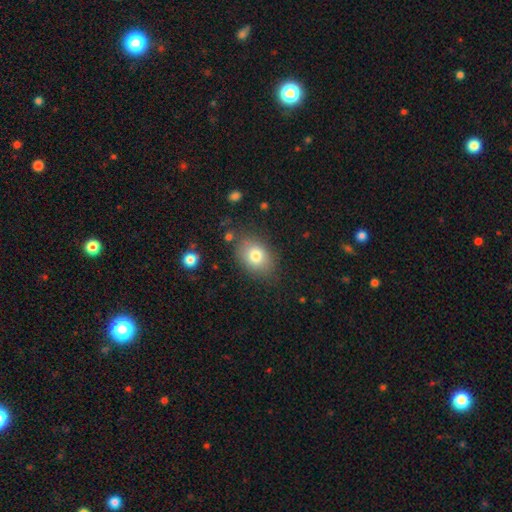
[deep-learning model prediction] Smooth or featured?
  - smooth: 80% *
  - featured or disk: 11%
  - star or artifact: 9%
How rounded?
  - in between: 70% *
  - round: 29%
  - cigar-shaped: 1%
Merging?
  - none: 77% *
  - minor disturbance: 15%
  - major disturbance: 5%
  - merger: 3%